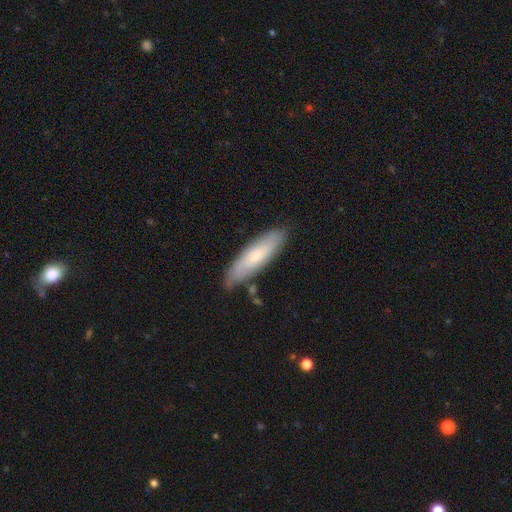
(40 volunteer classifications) A smooth galaxy with no disk features (55%) that is cigar-shaped (73%). Merging: none (79%).